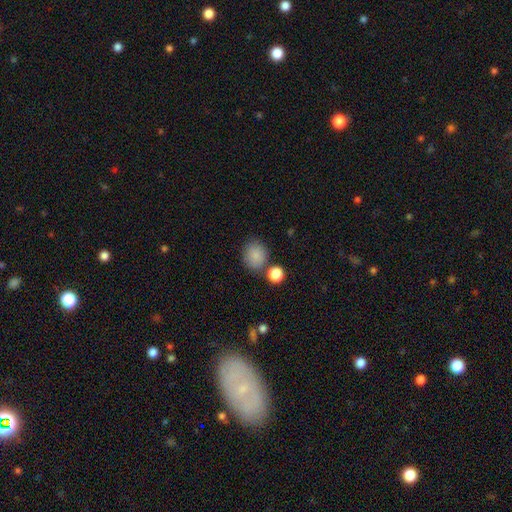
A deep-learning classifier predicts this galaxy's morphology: Overall: smooth (86%). How rounded: round (77%). Merging: none (75%).